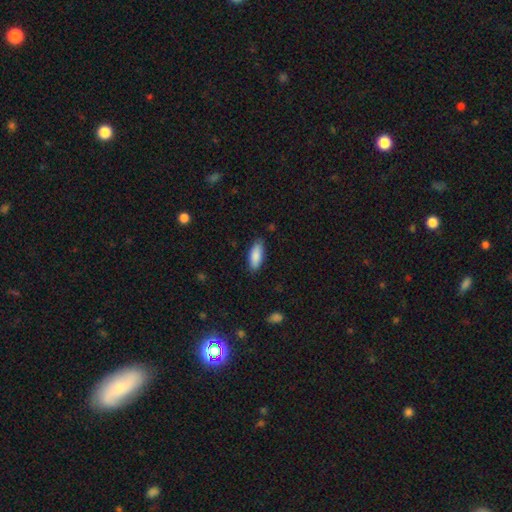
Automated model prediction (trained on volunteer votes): smooth-or-featured: smooth: 87% | featured or disk: 7% | star or artifact: 6%
  how-rounded: in between: 72% | cigar-shaped: 27% | round: 2%
  merging: none: 85% | minor disturbance: 12% | major disturbance: 2% | merger: 1%